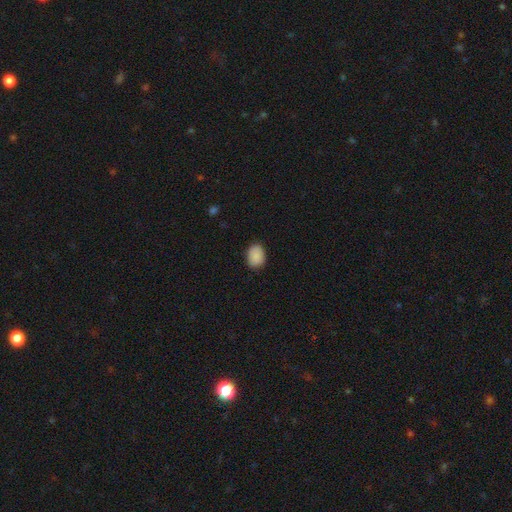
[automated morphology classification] This appears to be a smooth galaxy with no disk features (88%) that is in between round and cigar-shaped (67%). Merging: none (82%).